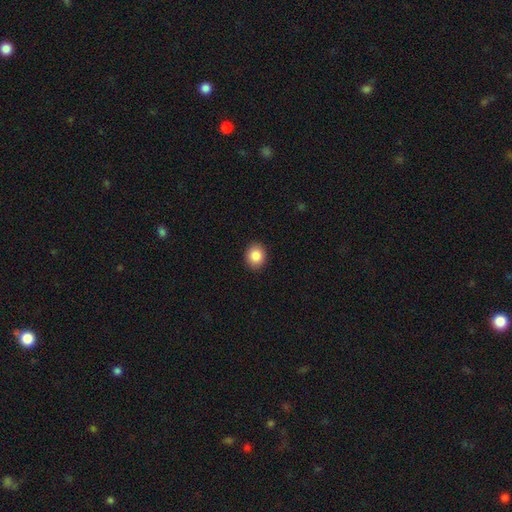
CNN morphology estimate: smooth 87%, star or artifact 9%, featured or disk 4%. Down the decision tree: how rounded — round (73%); merging — none (92%).